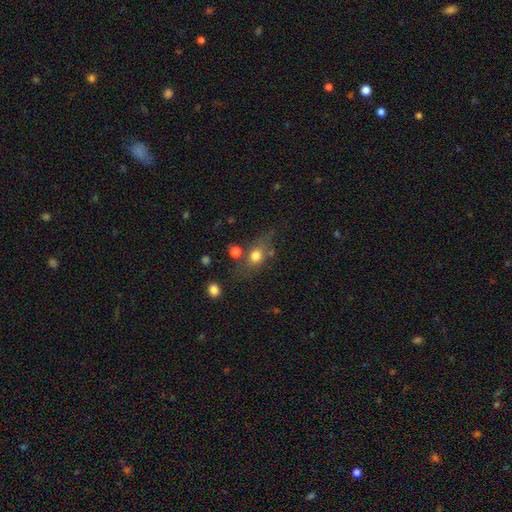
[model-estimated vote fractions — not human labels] smooth_or_featured: smooth (p=0.70) [alt: featured or disk p=0.17]
how_rounded: in between (p=0.49) [alt: round p=0.44]
merging: none (p=0.58) [alt: minor disturbance p=0.20]